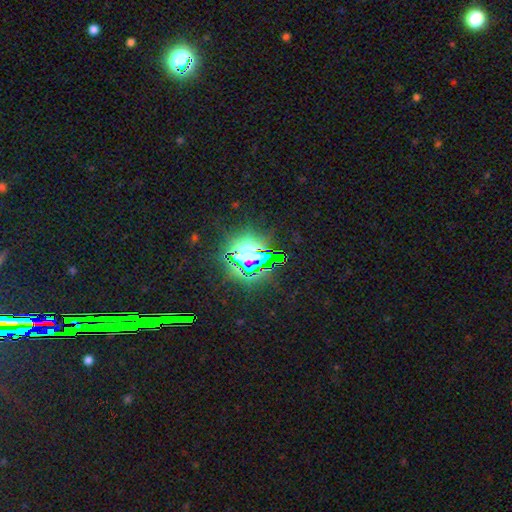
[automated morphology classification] Smooth or featured? Predicted: star or artifact (p=0.78).